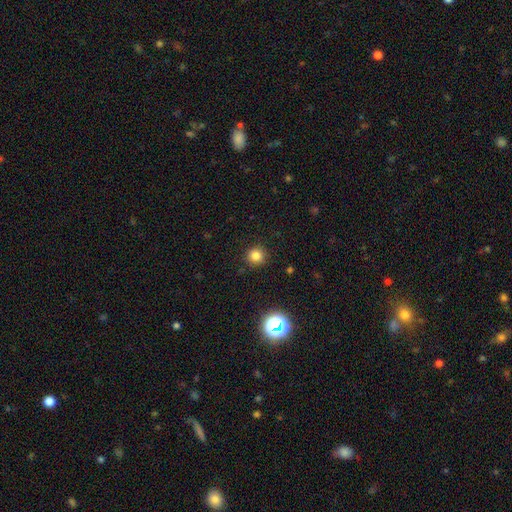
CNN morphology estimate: This is clearly a smooth galaxy (80%). How rounded: clearly round (93%). Merging: clearly none (90%).